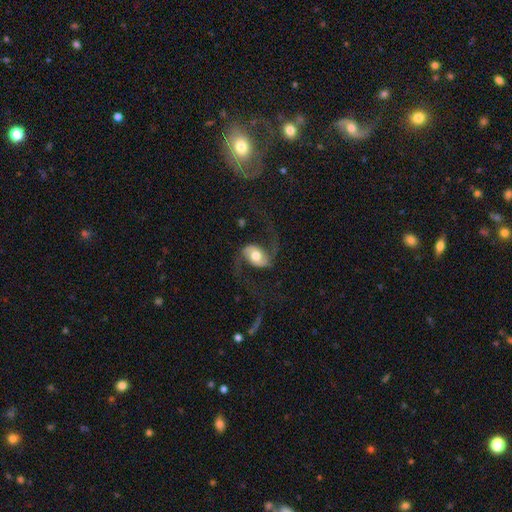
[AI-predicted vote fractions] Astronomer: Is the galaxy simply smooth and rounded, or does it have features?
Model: featured or disk — 83%.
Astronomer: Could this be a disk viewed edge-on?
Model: no — 97%.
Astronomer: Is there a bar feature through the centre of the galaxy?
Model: no — 48% (runner-up: weak, 32%).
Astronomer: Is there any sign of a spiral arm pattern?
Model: yes — 95%.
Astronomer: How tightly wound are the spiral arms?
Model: loose — 74%.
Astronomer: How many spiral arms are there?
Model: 2 — 94%.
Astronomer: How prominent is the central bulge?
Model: moderate — 67%.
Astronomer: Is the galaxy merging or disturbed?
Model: none — 69%.